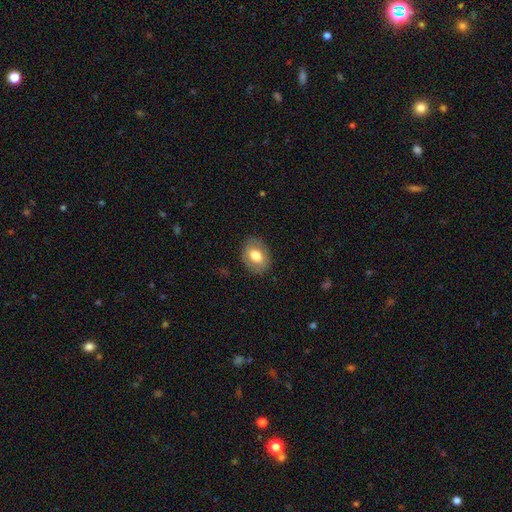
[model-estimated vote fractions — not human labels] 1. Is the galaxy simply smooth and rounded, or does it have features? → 71% smooth, 22% featured or disk, 7% star or artifact.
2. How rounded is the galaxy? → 67% in between, 32% round, 1% cigar-shaped.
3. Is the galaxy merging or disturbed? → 84% none, 11% minor disturbance, 4% major disturbance, 1% merger.